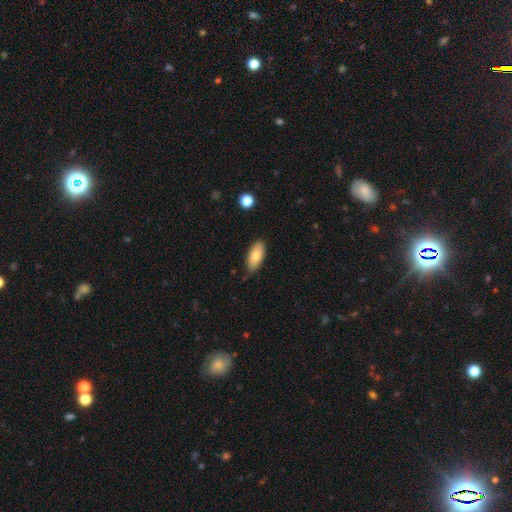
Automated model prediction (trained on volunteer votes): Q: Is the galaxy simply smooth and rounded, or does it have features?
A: smooth — 82%.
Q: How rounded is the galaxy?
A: in between — 87%.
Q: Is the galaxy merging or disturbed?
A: none — 81%.